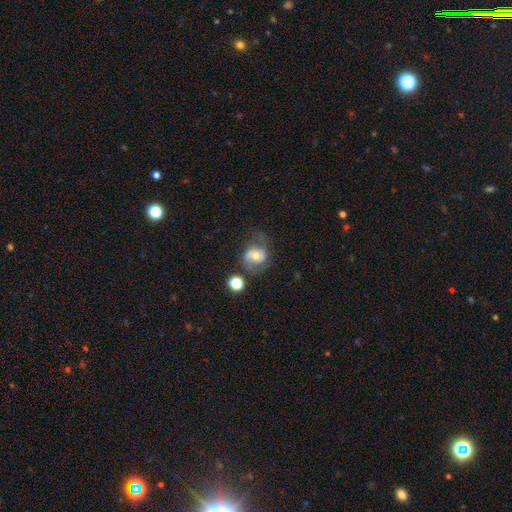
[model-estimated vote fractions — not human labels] smooth_or_featured: featured or disk (p=0.57) [alt: smooth p=0.33]
disk_edge_on: no (p=0.97) [alt: yes p=0.03]
bar: no (p=0.60) [alt: weak p=0.30]
has_spiral_arms: yes (p=0.80) [alt: no p=0.20]
bulge_size: moderate (p=0.65) [alt: small p=0.25]
merging: none (p=0.50) [alt: minor disturbance p=0.24]